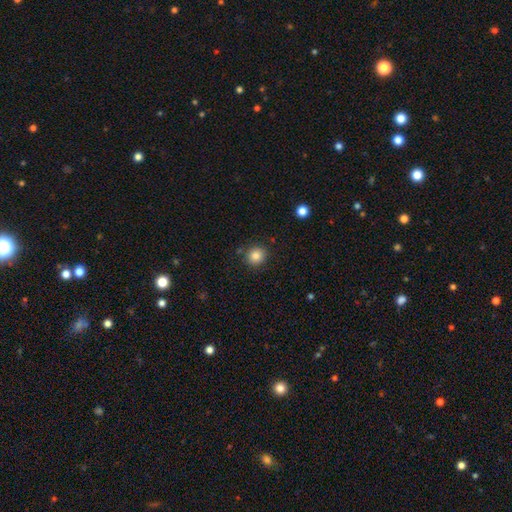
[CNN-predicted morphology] smooth 84%, star or artifact 10%, featured or disk 5%. Down the decision tree: how rounded — round (87%); merging — none (86%).